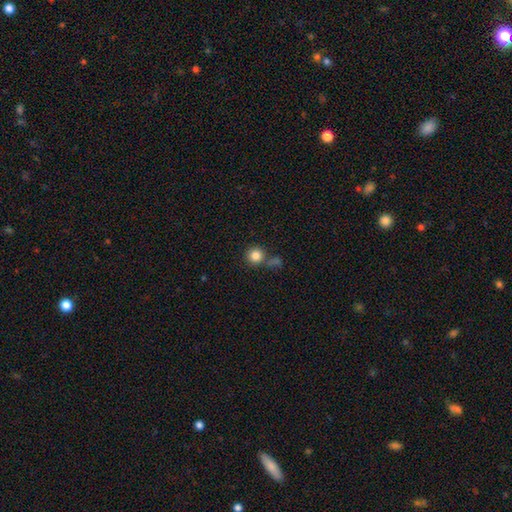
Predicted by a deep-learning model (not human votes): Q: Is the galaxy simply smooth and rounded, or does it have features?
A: smooth — 84%.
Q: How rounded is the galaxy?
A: round — 94%.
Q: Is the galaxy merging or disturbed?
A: none — 72%.